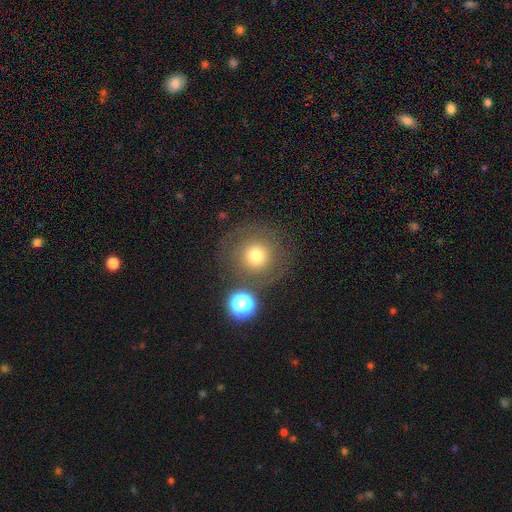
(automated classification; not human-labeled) smooth 68%, featured or disk 18%, star or artifact 14%. Down the decision tree: how rounded — round (93%); merging — none (74%).